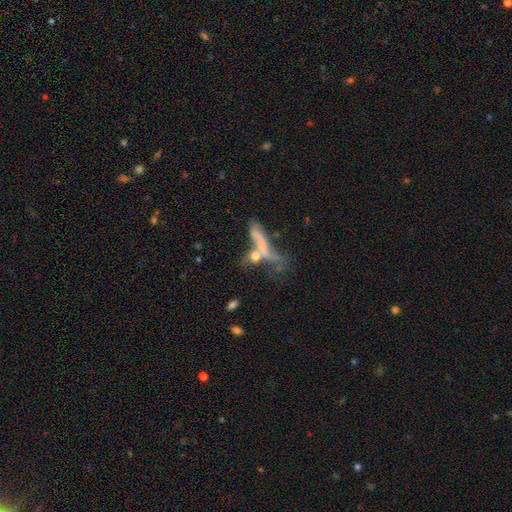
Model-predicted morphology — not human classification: smooth_or_featured: smooth (p=0.48) [alt: featured or disk p=0.41]
merging: merger (p=0.50) [alt: none p=0.21]